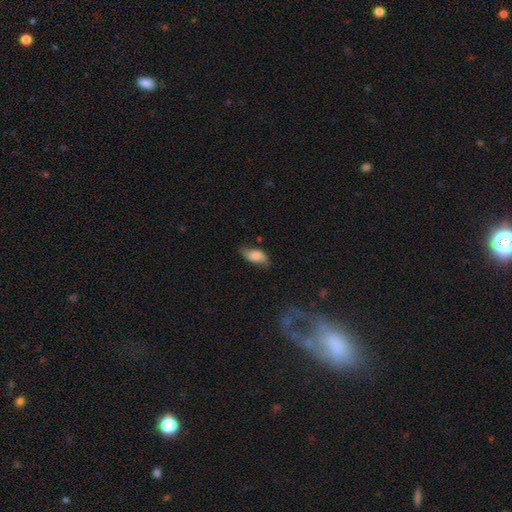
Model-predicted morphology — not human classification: smooth 65%, featured or disk 27%, star or artifact 8%. Down the decision tree: how rounded — in between (89%); merging — none (62%).